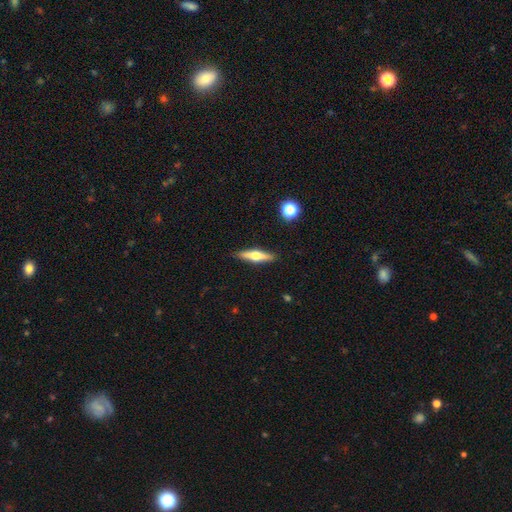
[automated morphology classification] Smooth or featured: featured or disk — 58% (smooth — 36%)
Edge-on disk: yes — 95% (no — 5%)
Edge-on bulge: rounded — 94% (boxy — 3%)
Merging: none — 90% (minor disturbance — 7%)